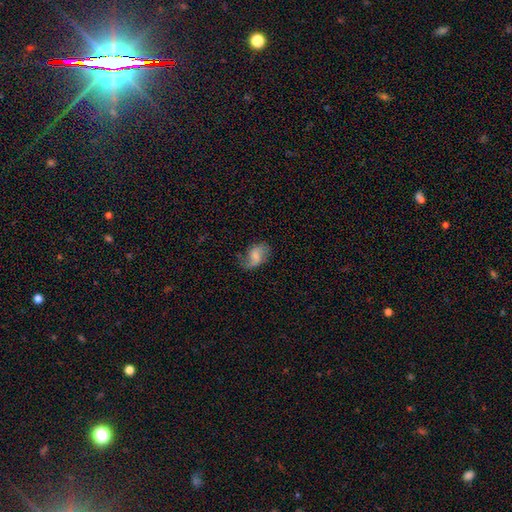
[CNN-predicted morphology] smooth-or-featured: smooth: 47% | featured or disk: 44% | star or artifact: 9%
  merging: none: 63% | minor disturbance: 24% | major disturbance: 11% | merger: 2%